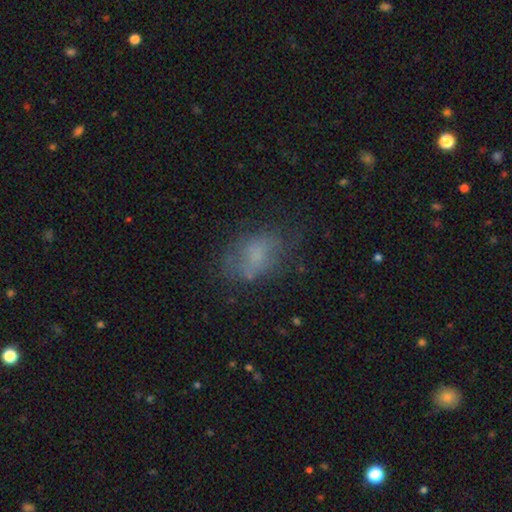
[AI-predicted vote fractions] smooth_or_featured: smooth (p=0.59) [alt: featured or disk p=0.26]
how_rounded: in between (p=0.79) [alt: round p=0.19]
merging: none (p=0.52) [alt: minor disturbance p=0.25]